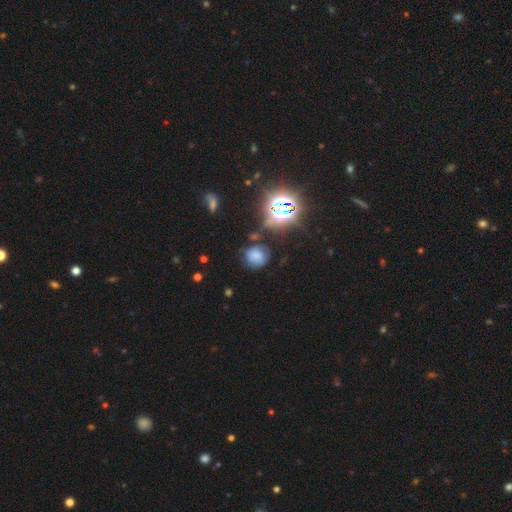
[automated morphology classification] Q: Smooth or featured?
A: smooth (60%); runner-up: star or artifact (27%)
Q: How rounded?
A: round (80%); runner-up: in between (19%)
Q: Merging?
A: none (66%); runner-up: minor disturbance (20%)